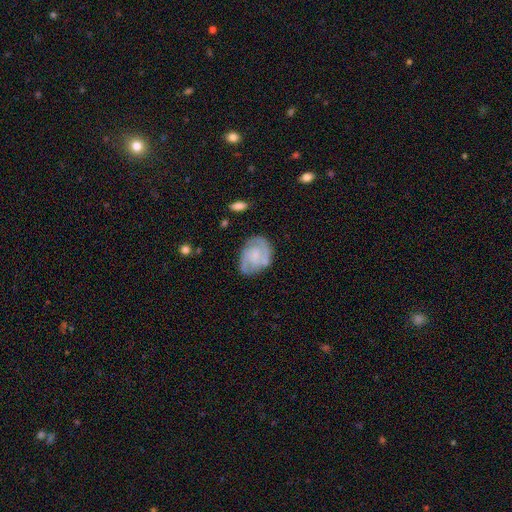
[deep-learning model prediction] Smooth or featured: featured or disk — 75% (smooth — 19%)
Edge-on disk: no — 98% (yes — 2%)
Bar: no — 56% (weak — 38%)
Spiral arms: yes — 92% (no — 8%)
Spiral winding: medium — 44% (tight — 42%)
Spiral arm count: 2 — 66% (can't tell — 15%)
Bulge size: small — 47% (none — 28%)
Merging: none — 69% (minor disturbance — 21%)